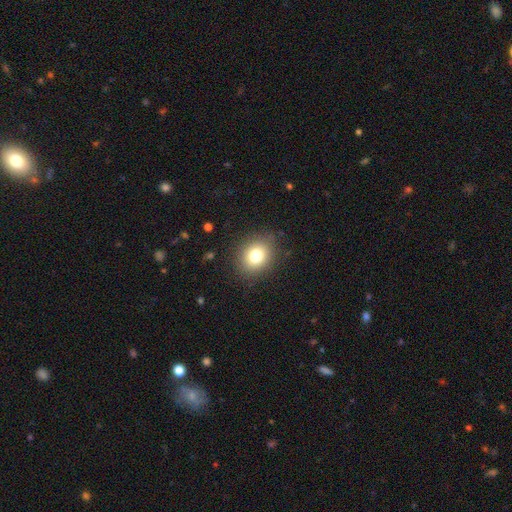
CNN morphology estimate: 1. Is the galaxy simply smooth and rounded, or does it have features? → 78% smooth, 12% star or artifact, 10% featured or disk.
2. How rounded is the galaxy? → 60% round, 39% in between, 1% cigar-shaped.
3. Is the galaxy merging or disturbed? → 85% none, 10% minor disturbance, 4% major disturbance, 1% merger.